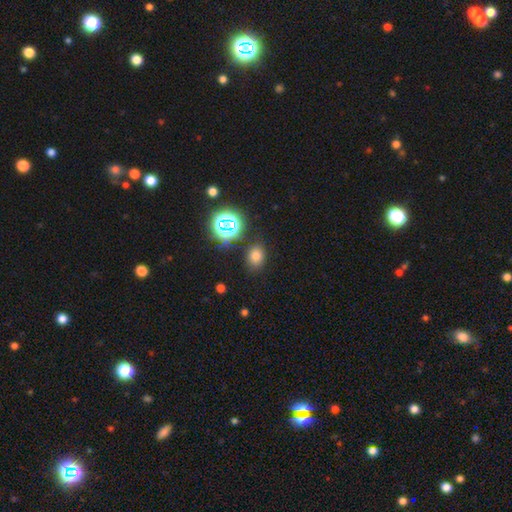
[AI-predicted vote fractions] Morphology: type=smooth (71%); roundness=in between (59%); merging=none (82%).